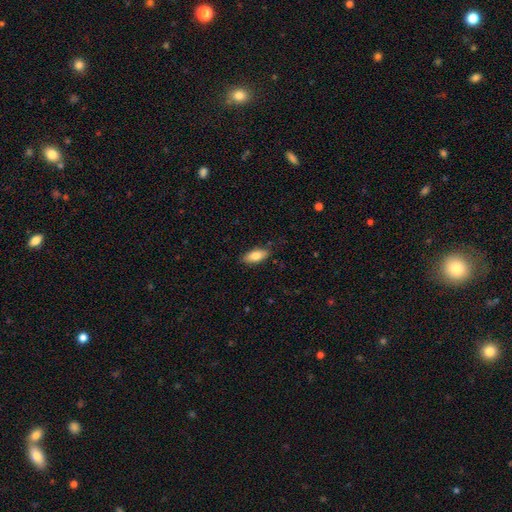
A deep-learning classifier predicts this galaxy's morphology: type=smooth (79%); roundness=in between (83%); merging=none (82%).